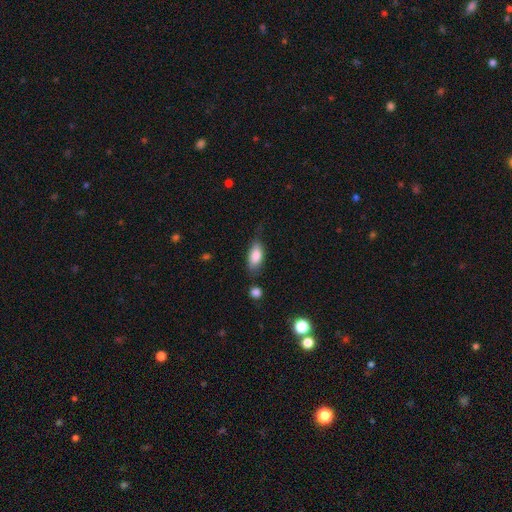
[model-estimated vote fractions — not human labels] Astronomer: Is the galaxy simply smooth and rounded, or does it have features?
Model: smooth — 84%.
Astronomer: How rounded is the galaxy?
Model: in between — 88%.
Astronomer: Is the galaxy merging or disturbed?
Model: none — 63%.